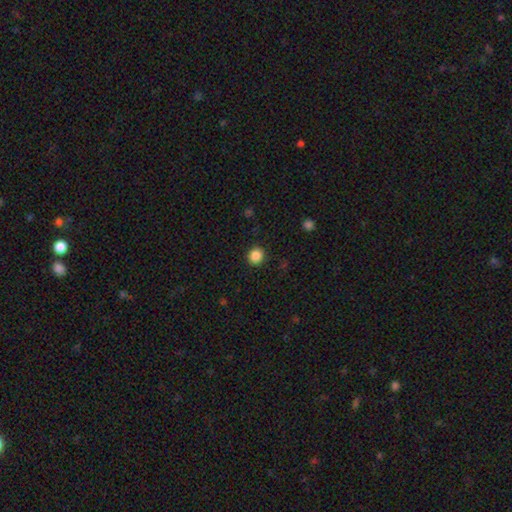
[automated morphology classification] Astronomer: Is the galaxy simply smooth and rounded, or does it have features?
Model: smooth — 87%.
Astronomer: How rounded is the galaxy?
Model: round — 86%.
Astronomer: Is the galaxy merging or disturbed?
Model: none — 91%.